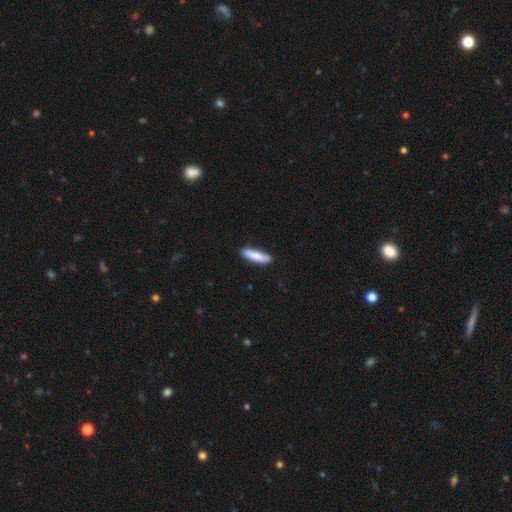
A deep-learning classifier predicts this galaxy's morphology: Smooth or featured? Predicted: smooth (p=0.85). How rounded? Predicted: cigar-shaped (p=0.74). Merging? Predicted: none (p=0.86).